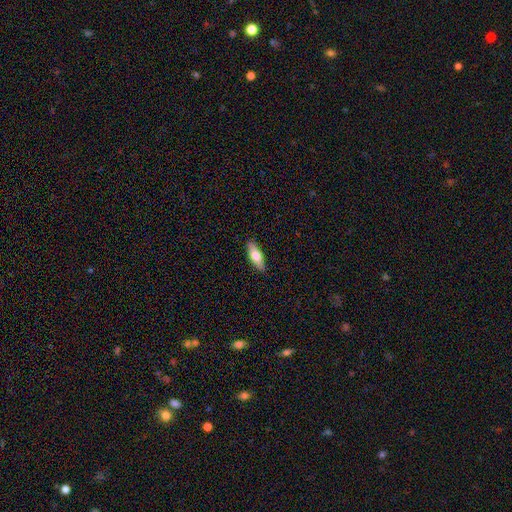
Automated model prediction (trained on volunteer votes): Overall: smooth (65%; featured or disk 29%). How rounded: in between (57%; cigar-shaped 40%). Merging: none (89%).